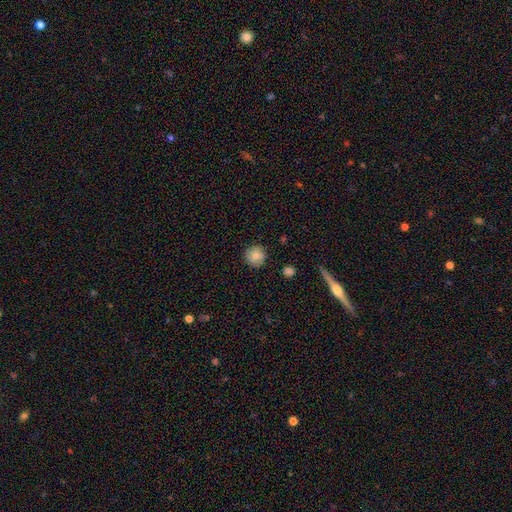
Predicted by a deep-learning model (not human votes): smooth-or-featured: smooth: 83% | featured or disk: 9% | star or artifact: 9%
  how-rounded: round: 93% | in between: 6% | cigar-shaped: 1%
  merging: none: 87% | minor disturbance: 10% | major disturbance: 2% | merger: 1%